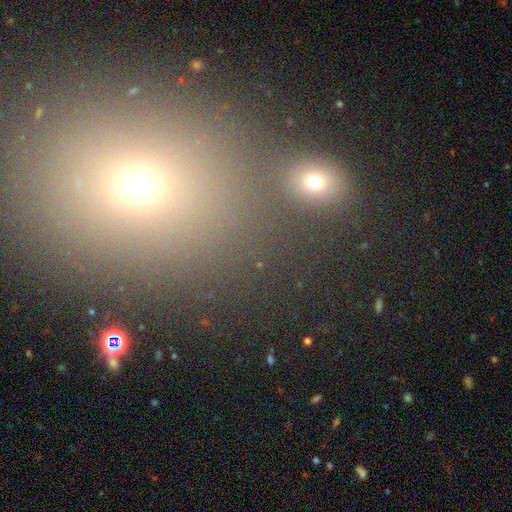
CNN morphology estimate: type=smooth (57%); roundness=round (61%); merging=none (72%).